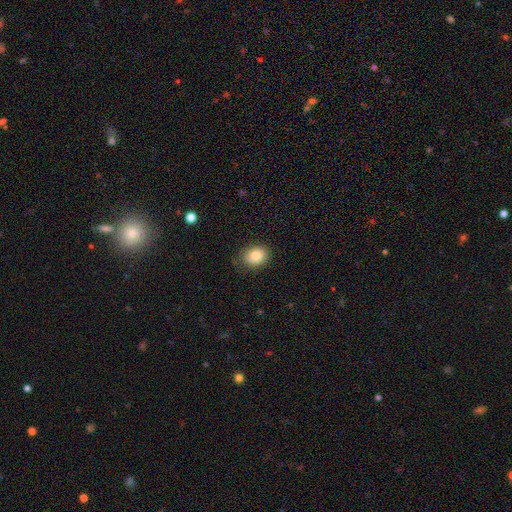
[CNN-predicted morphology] smooth-or-featured: smooth: 83% | star or artifact: 9% | featured or disk: 8%
  how-rounded: round: 51% | in between: 48% | cigar-shaped: 1%
  merging: none: 78% | minor disturbance: 17% | major disturbance: 4% | merger: 1%